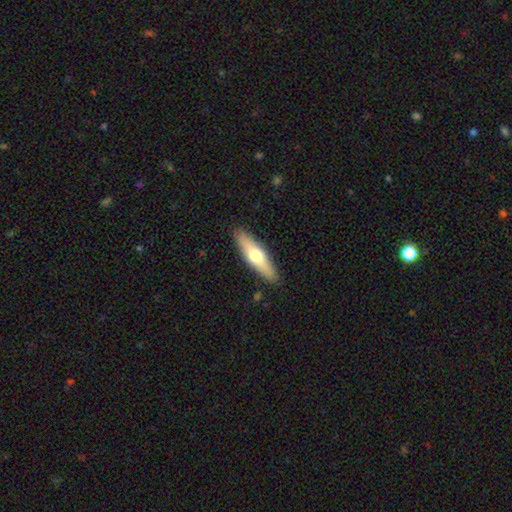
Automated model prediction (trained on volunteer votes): Smooth or featured: smooth — 54% (featured or disk — 40%)
How rounded: cigar-shaped — 65% (in between — 33%)
Merging: none — 89% (minor disturbance — 8%)